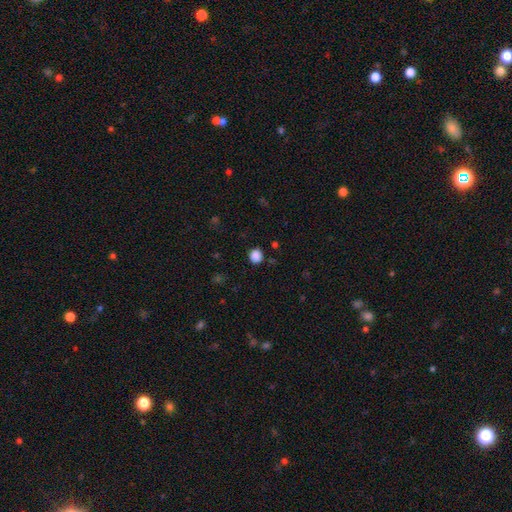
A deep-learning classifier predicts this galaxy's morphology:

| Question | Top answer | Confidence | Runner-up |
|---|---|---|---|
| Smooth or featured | smooth | 86% | star or artifact (11%) |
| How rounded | round | 87% | in between (12%) |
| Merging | none | 89% | minor disturbance (7%) |